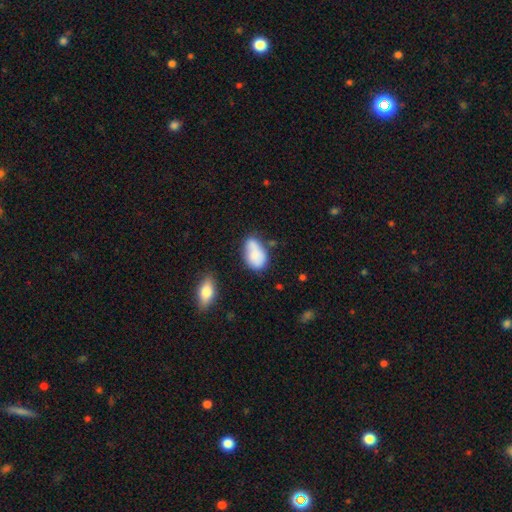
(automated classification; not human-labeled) Smooth or featured? Predicted: smooth (p=0.73). How rounded? Predicted: in between (p=0.89). Merging? Predicted: none (p=0.44).